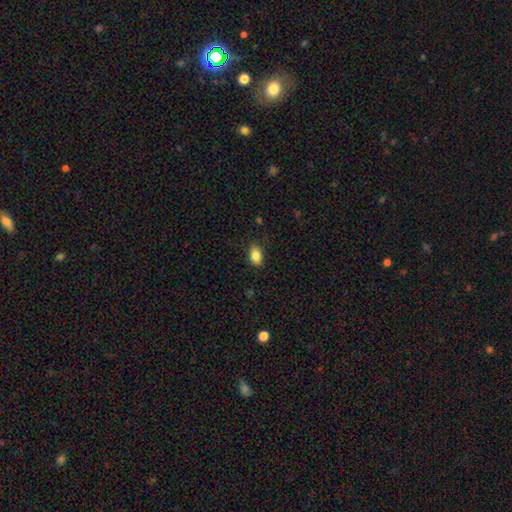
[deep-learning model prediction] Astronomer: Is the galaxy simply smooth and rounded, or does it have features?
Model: smooth — 84%.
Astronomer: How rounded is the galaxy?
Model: in between — 86%.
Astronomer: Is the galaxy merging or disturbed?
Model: none — 84%.